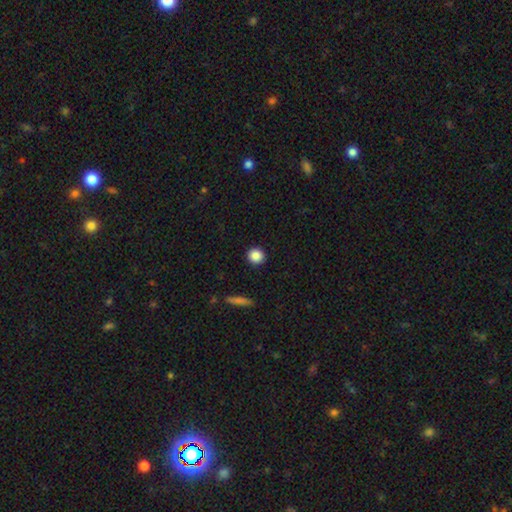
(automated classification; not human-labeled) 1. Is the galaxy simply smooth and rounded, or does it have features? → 87% smooth, 9% star or artifact, 5% featured or disk.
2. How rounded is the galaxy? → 91% round, 8% in between, 1% cigar-shaped.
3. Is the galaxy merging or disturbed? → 92% none, 5% minor disturbance, 2% major disturbance, 1% merger.